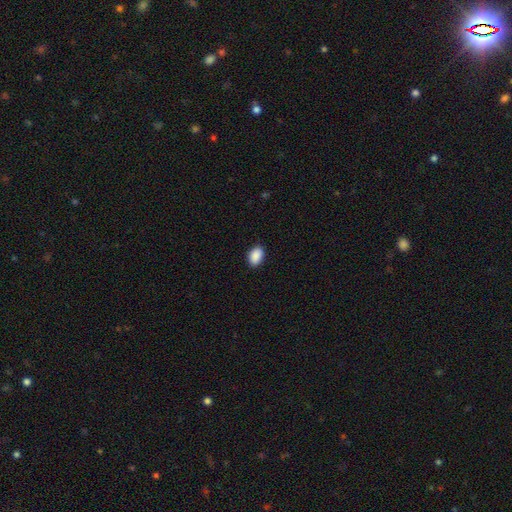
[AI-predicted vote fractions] smooth 90%, star or artifact 7%, featured or disk 3%. Down the decision tree: how rounded — in between (88%); merging — none (88%).